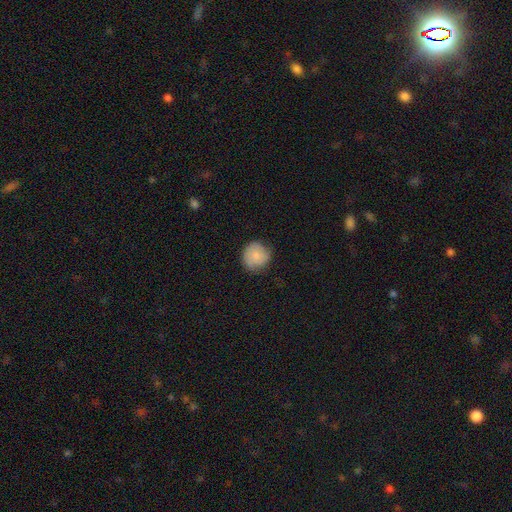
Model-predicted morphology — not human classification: smooth 82%, featured or disk 11%, star or artifact 7%. Down the decision tree: how rounded — round (92%); merging — none (77%).